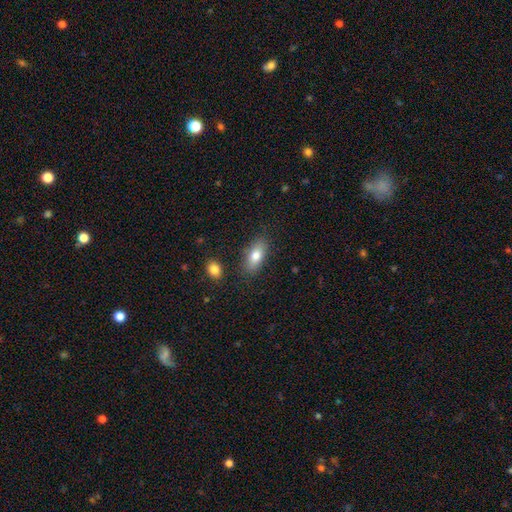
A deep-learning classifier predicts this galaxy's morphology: This is likely a smooth galaxy (78%). How rounded: clearly in between (84%). Merging: clearly none (82%).